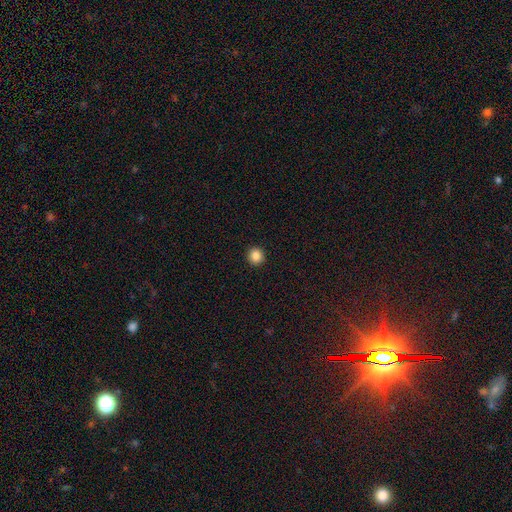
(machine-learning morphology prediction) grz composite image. It shows a smooth galaxy with no disk features (86%) that is round (94%). Merging: none (94%).